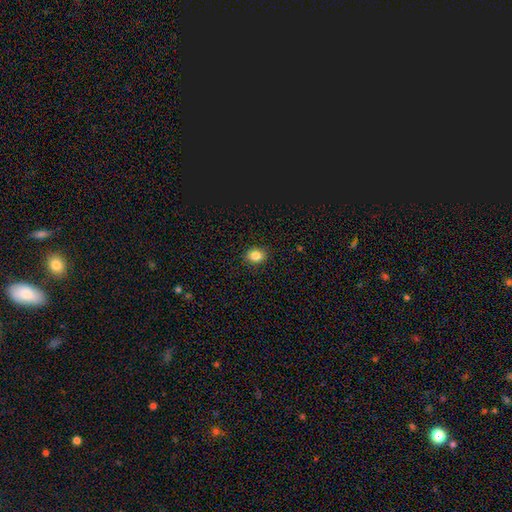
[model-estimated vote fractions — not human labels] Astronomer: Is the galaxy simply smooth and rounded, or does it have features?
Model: smooth — 84%.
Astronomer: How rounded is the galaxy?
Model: round — 59% (runner-up: in between, 40%).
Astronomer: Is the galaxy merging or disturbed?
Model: none — 89%.